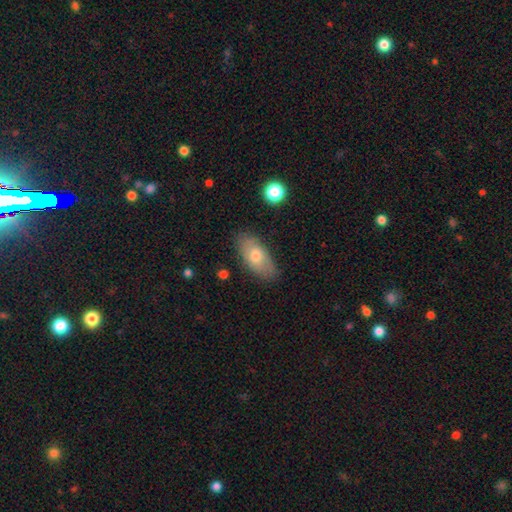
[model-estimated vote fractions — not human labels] smooth-or-featured: smooth: 65% | featured or disk: 28% | star or artifact: 7%
  how-rounded: in between: 90% | cigar-shaped: 7% | round: 4%
  merging: none: 82% | minor disturbance: 14% | major disturbance: 3% | merger: 1%